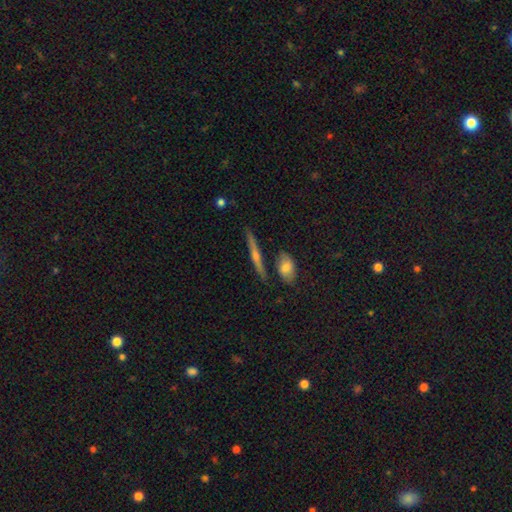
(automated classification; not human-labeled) A featured or disk galaxy (65%) viewed edge-on (94%) with a rounded central bulge (78%). Merging: none (79%).